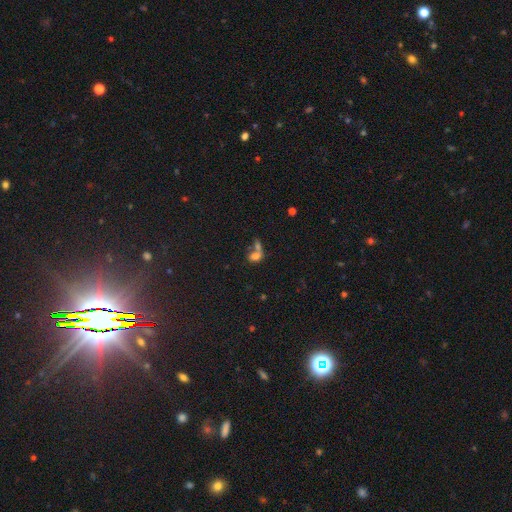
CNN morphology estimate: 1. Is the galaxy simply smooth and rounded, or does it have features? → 70% smooth, 15% featured or disk, 15% star or artifact.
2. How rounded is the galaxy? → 73% in between, 23% round, 3% cigar-shaped.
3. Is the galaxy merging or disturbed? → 60% merger, 24% none, 9% minor disturbance, 8% major disturbance.